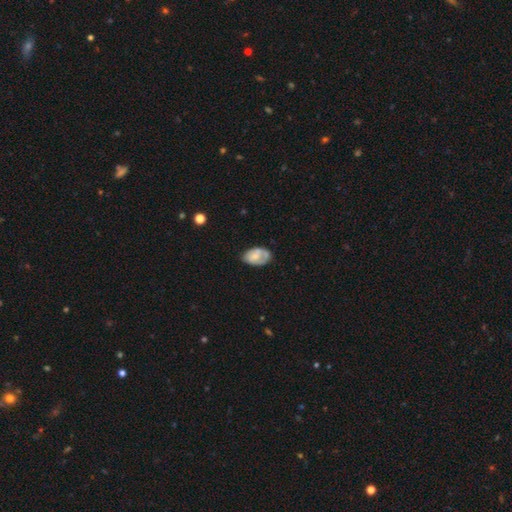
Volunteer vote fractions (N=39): smooth_or_featured: smooth (p=0.51) [alt: featured or disk p=0.46]
how_rounded: in between (p=0.95) [alt: round p=0.05]
merging: none (p=0.55) [alt: minor disturbance p=0.37]